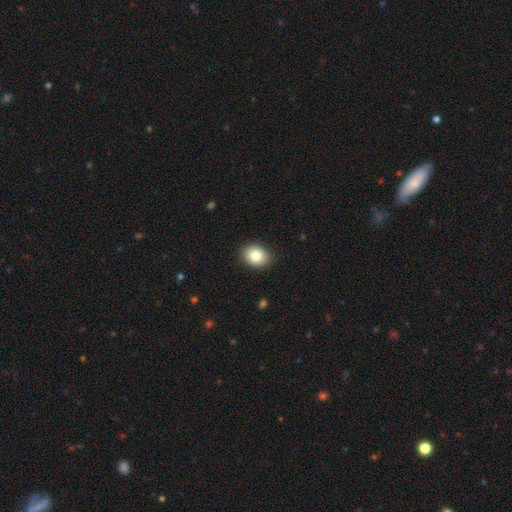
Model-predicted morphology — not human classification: Smooth or featured: smooth — 83% (star or artifact — 9%)
How rounded: in between — 61% (round — 38%)
Merging: none — 88% (minor disturbance — 9%)